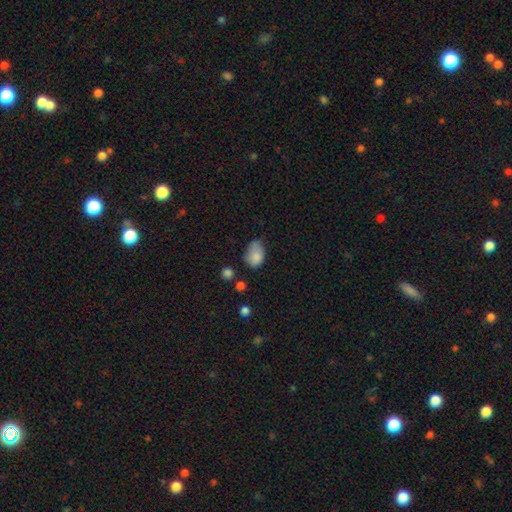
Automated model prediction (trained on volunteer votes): Morphology: type=smooth (81%); roundness=in between (79%); merging=minor disturbance (43%).